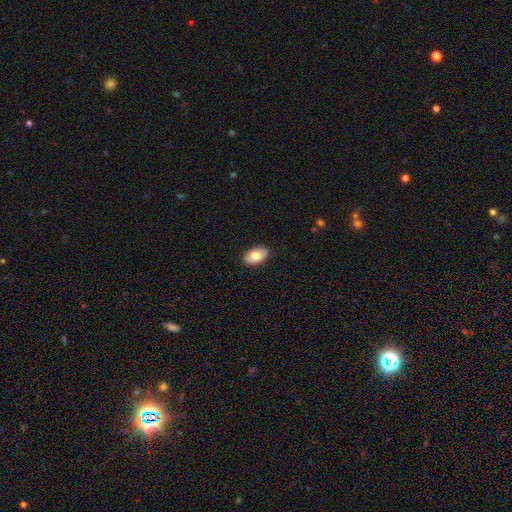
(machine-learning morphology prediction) The model was most divided on "smooth or featured": smooth: 79%, featured or disk: 15%, star or artifact: 6%. More confident: how rounded — in between (94%); merging — none (89%).